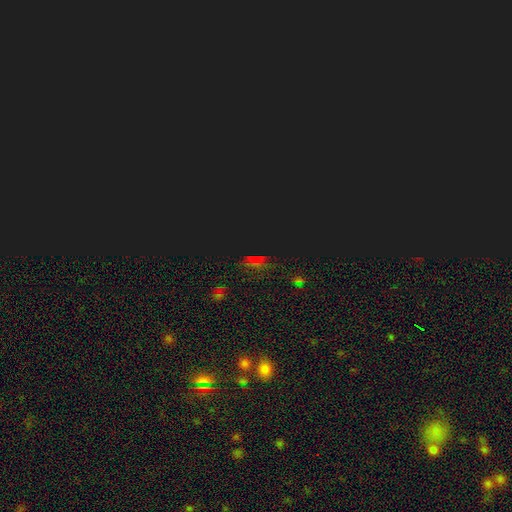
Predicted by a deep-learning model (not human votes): A star or artifact, not a galaxy (78%).